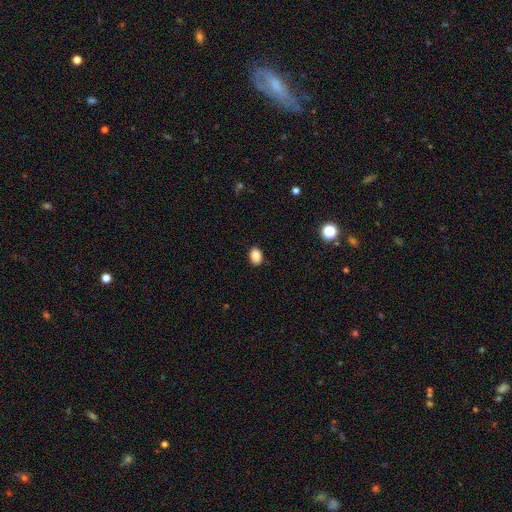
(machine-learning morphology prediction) Smooth or featured? smooth (88%)
How rounded? in between (77%)
Merging? none (88%)